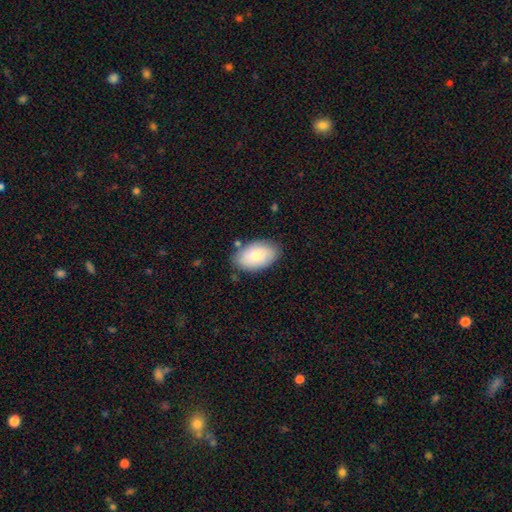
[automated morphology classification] Q: Smooth or featured?
A: smooth (76%); runner-up: featured or disk (18%)
Q: How rounded?
A: in between (93%); runner-up: round (6%)
Q: Merging?
A: none (80%); runner-up: minor disturbance (14%)